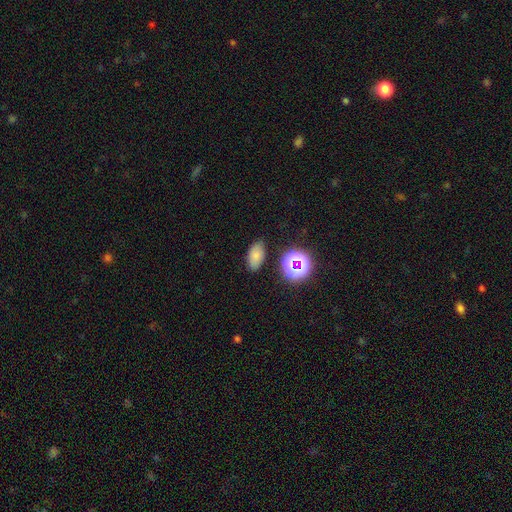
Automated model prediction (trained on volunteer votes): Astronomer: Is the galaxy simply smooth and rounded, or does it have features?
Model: smooth — 73%.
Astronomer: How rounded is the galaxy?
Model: in between — 88%.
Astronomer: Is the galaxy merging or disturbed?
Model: none — 82%.